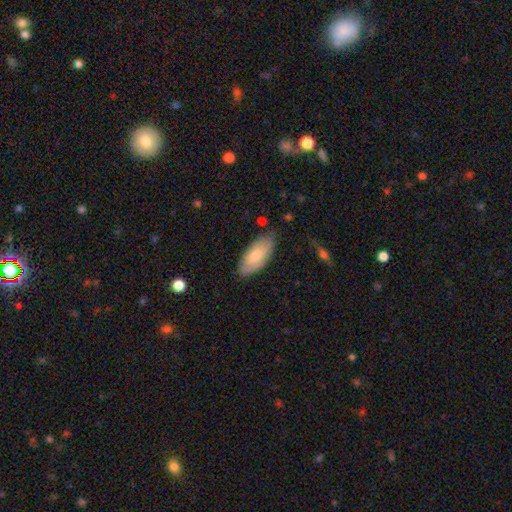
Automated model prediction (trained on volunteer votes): Q: Smooth or featured?
A: smooth (72%); runner-up: featured or disk (23%)
Q: How rounded?
A: in between (90%); runner-up: cigar-shaped (8%)
Q: Merging?
A: none (76%); runner-up: minor disturbance (19%)